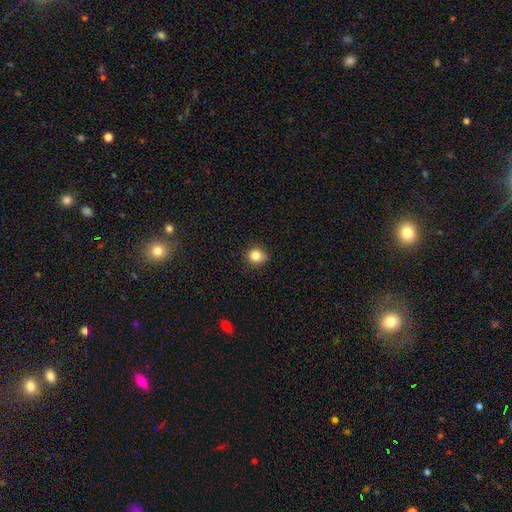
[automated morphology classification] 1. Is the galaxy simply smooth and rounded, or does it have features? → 82% smooth, 12% star or artifact, 6% featured or disk.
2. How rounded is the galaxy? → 85% round, 14% in between, 1% cigar-shaped.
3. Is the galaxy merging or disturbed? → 85% none, 11% minor disturbance, 2% major disturbance, 1% merger.